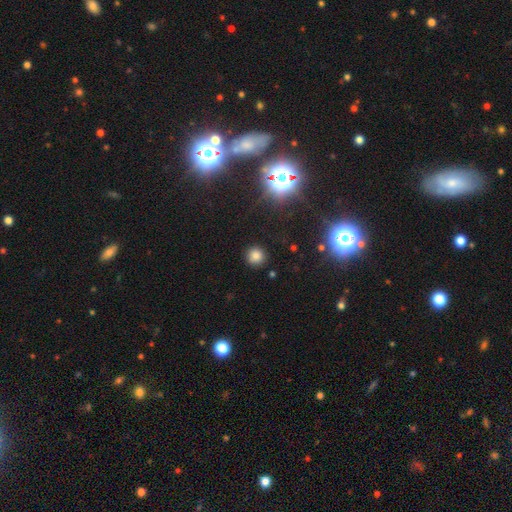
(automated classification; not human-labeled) Smooth or featured?
  - smooth: 77% *
  - star or artifact: 18%
  - featured or disk: 6%
How rounded?
  - round: 92% *
  - in between: 7%
  - cigar-shaped: 1%
Merging?
  - none: 89% *
  - minor disturbance: 7%
  - major disturbance: 2%
  - merger: 2%